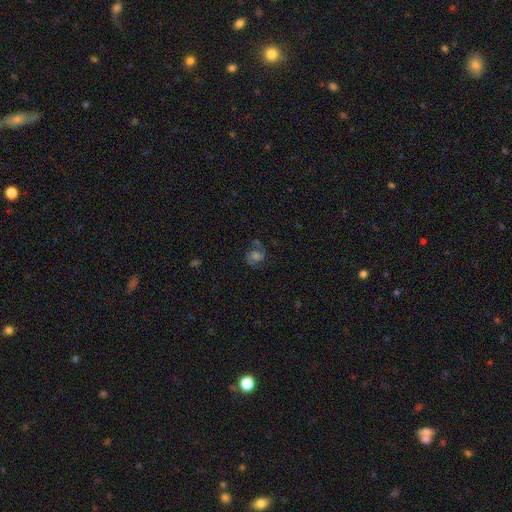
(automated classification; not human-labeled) Smooth or featured?
  - featured or disk: 64% *
  - smooth: 21%
  - star or artifact: 15%
Edge-on disk?
  - no: 98% *
  - yes: 2%
Bar?
  - no: 62% *
  - weak: 31%
  - strong: 7%
Spiral arms?
  - yes: 92% *
  - no: 8%
Spiral winding?
  - medium: 52% *
  - tight: 30%
  - loose: 18%
Spiral arm count?
  - 2: 86% *
  - can't tell: 6%
  - 1: 4%
  - 3: 2%
  - 4: 1%
  - more than 4: 1%
Bulge size?
  - moderate: 46% *
  - small: 27%
  - large: 16%
  - none: 9%
  - dominant: 3%
Merging?
  - none: 74% *
  - minor disturbance: 15%
  - major disturbance: 8%
  - merger: 4%